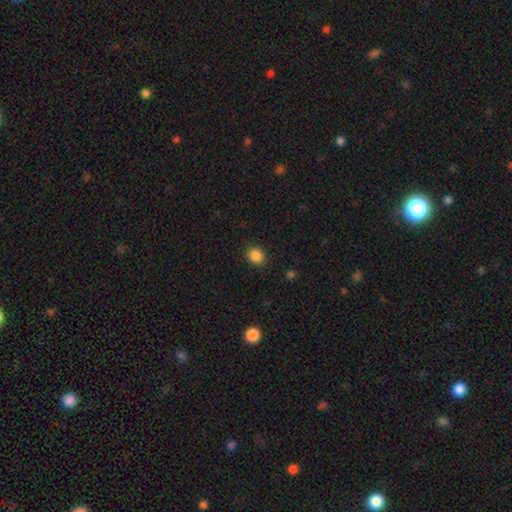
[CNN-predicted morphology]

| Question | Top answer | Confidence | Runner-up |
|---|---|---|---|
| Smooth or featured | smooth | 86% | star or artifact (11%) |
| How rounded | round | 75% | in between (24%) |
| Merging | none | 89% | minor disturbance (7%) |